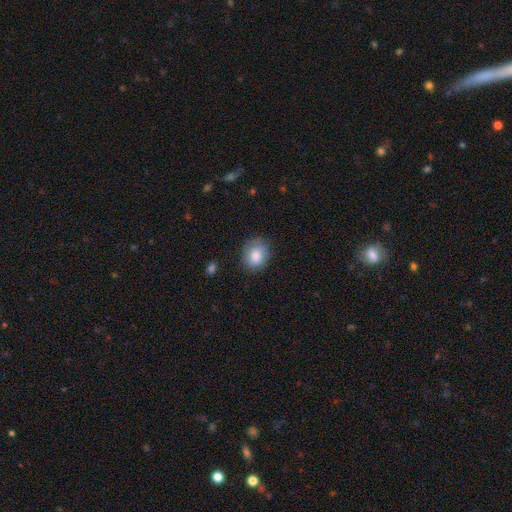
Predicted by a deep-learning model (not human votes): smooth 81%, featured or disk 11%, star or artifact 7%. Down the decision tree: how rounded — round (58%); merging — none (77%).